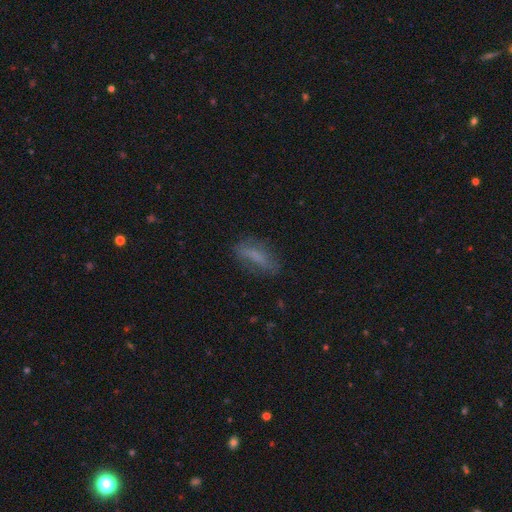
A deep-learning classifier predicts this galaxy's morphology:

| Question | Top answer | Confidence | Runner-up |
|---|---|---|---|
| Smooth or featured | smooth | 64% | featured or disk (26%) |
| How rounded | in between | 51% | cigar-shaped (46%) |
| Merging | none | 67% | minor disturbance (22%) |